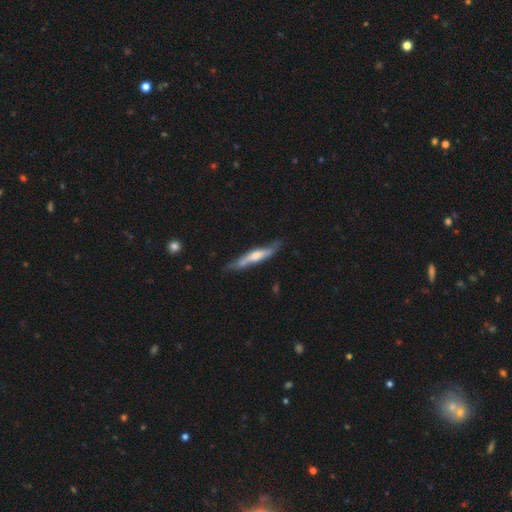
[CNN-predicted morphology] Q: Smooth or featured?
A: featured or disk (60%); runner-up: smooth (35%)
Q: Edge-on disk?
A: yes (80%); runner-up: no (20%)
Q: Merging?
A: none (64%); runner-up: minor disturbance (26%)